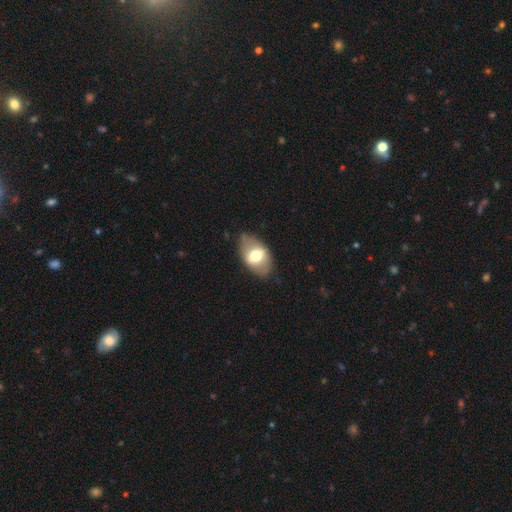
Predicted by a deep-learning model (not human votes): Overall: smooth (56%; featured or disk 37%). How rounded: in between (88%). Merging: none (76%).